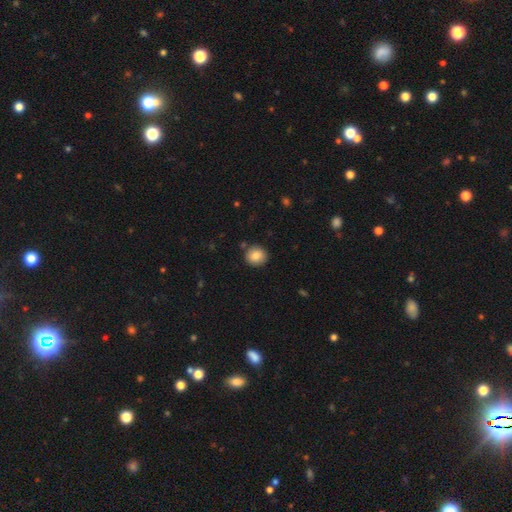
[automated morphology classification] smooth 86%, star or artifact 9%, featured or disk 6%. Down the decision tree: how rounded — round (86%); merging — none (87%).